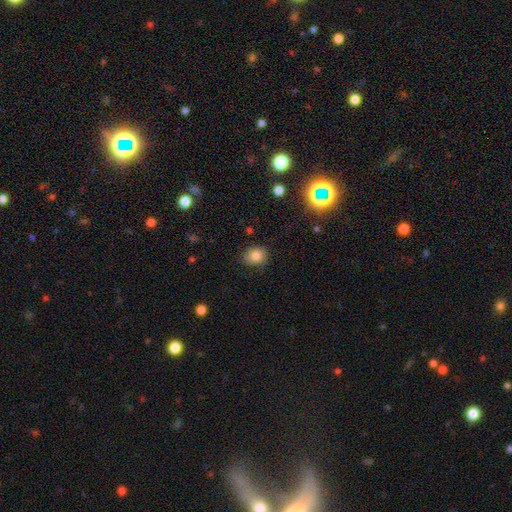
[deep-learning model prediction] A smooth galaxy with no disk features (81%) that is round (66%). Merging: none (77%).